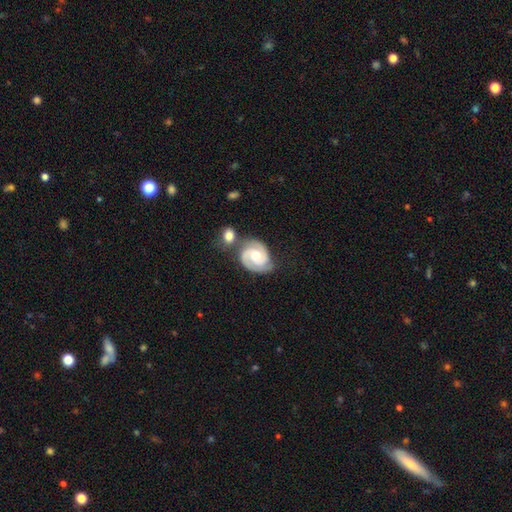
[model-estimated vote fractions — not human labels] Smooth or featured?
  - featured or disk: 83% *
  - smooth: 12%
  - star or artifact: 5%
Edge-on disk?
  - no: 98% *
  - yes: 2%
Bar?
  - no: 56% *
  - weak: 35%
  - strong: 8%
Spiral arms?
  - yes: 96% *
  - no: 4%
Spiral winding?
  - tight: 56% *
  - medium: 37%
  - loose: 7%
Spiral arm count?
  - 2: 87% *
  - can't tell: 5%
  - 3: 4%
  - 1: 2%
  - 4: 1%
  - more than 4: 1%
Bulge size?
  - moderate: 72% *
  - small: 18%
  - large: 7%
  - none: 2%
  - dominant: 1%
Merging?
  - none: 56% *
  - merger: 19%
  - minor disturbance: 18%
  - major disturbance: 6%